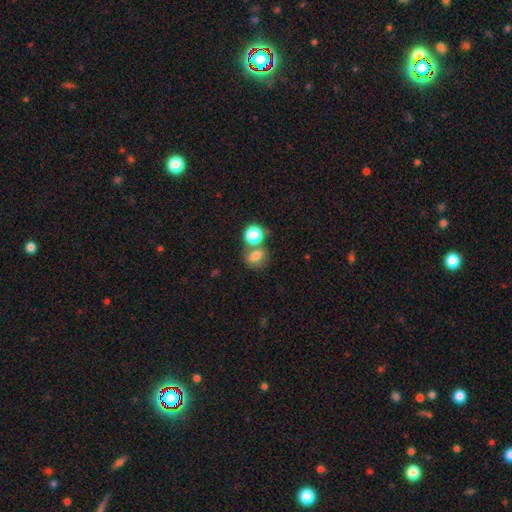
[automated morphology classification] Smooth or featured? Predicted: smooth (p=0.75). How rounded? Predicted: in between (p=0.50). Merging? Predicted: none (p=0.49).